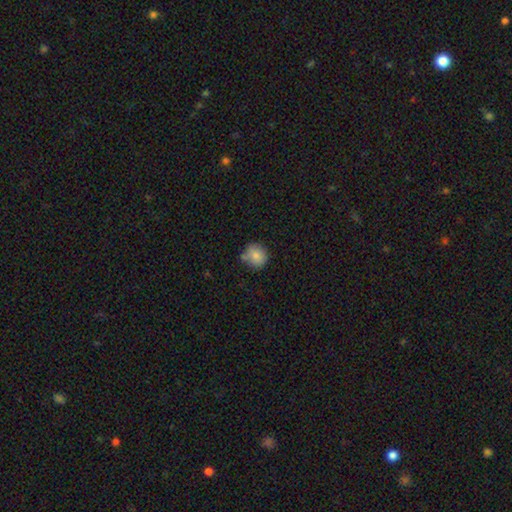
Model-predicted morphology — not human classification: This appears to be a smooth galaxy with no disk features (82%) that is round (82%). Merging: none (66%).